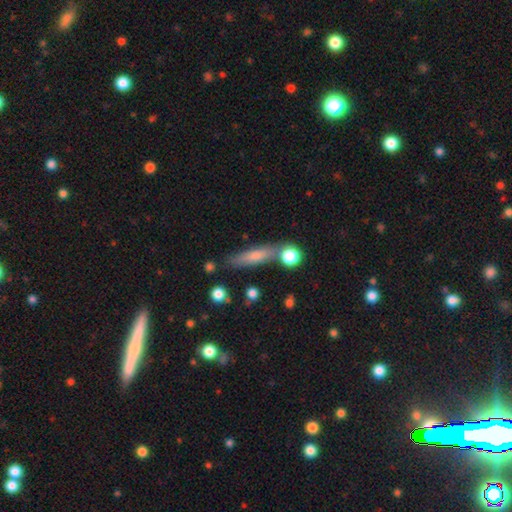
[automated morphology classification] type=smooth (61%); roundness=cigar-shaped (81%); merging=none (75%).